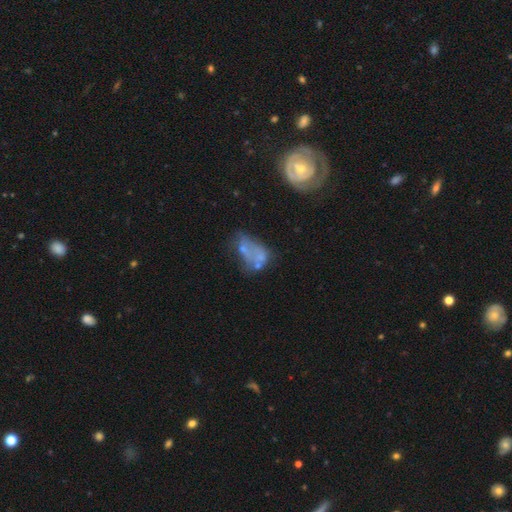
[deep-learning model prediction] Morphology: type=featured or disk (47%); merging=merger (37%).